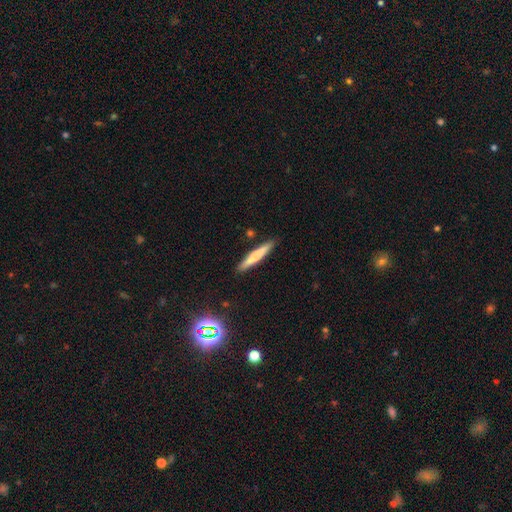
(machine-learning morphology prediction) This is likely a smooth galaxy (69%). How rounded: clearly cigar-shaped (94%). Merging: clearly none (89%).